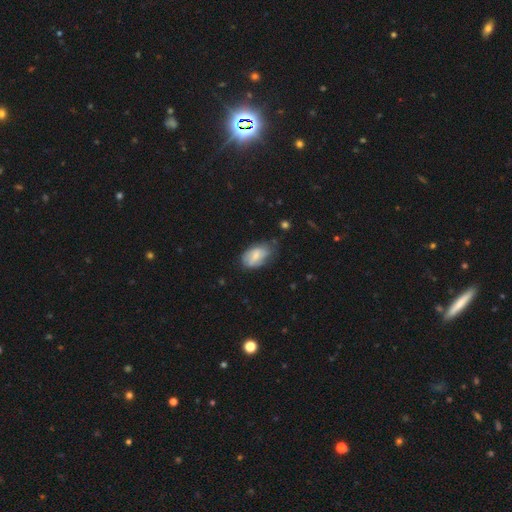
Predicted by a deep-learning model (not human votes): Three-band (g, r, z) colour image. It shows a smooth galaxy with no disk features (65%) that is in between round and cigar-shaped (91%). Merging: none (48%).